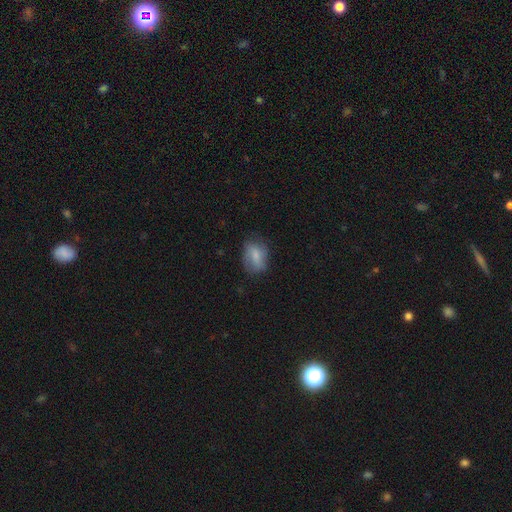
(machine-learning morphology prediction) Smooth or featured? smooth (71%)
How rounded? in between (75%)
Merging? none (62%)